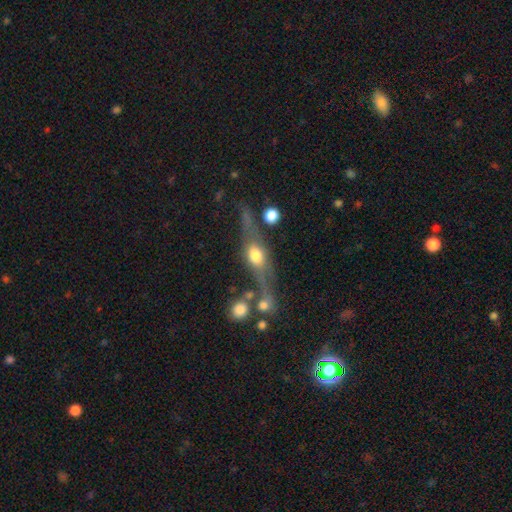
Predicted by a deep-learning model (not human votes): The model was most divided on "smooth or featured": featured or disk: 63%, smooth: 29%, star or artifact: 9%. More confident: edge-on bulge — rounded (91%); edge-on disk — yes (81%); merging — none (57%).